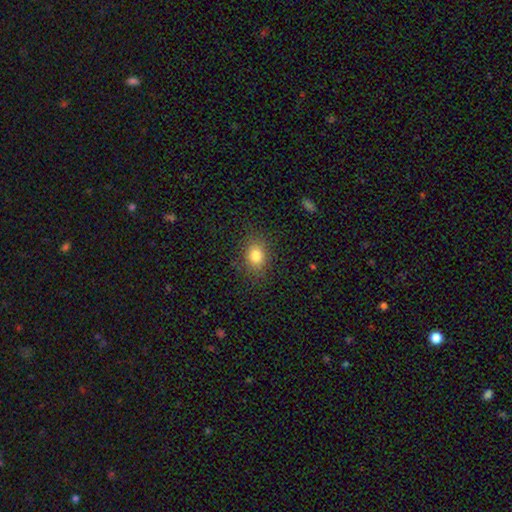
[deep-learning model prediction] smooth-or-featured: smooth: 81% | star or artifact: 11% | featured or disk: 8%
  how-rounded: in between: 58% | round: 40% | cigar-shaped: 1%
  merging: none: 85% | minor disturbance: 11% | major disturbance: 4% | merger: 1%